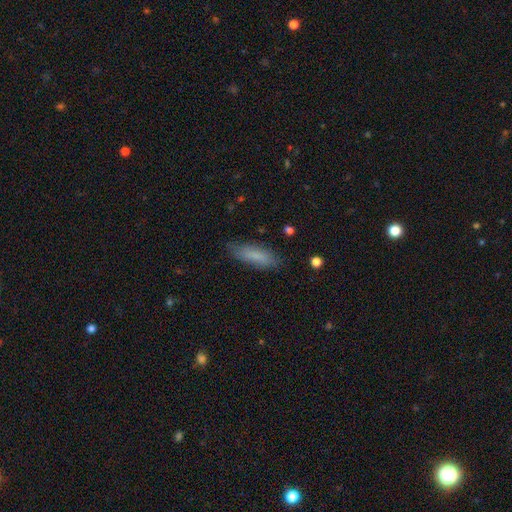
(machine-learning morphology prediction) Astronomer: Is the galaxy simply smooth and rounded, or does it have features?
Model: smooth — 80%.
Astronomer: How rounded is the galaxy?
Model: cigar-shaped — 54% (runner-up: in between, 45%).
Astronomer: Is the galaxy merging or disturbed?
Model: none — 80%.